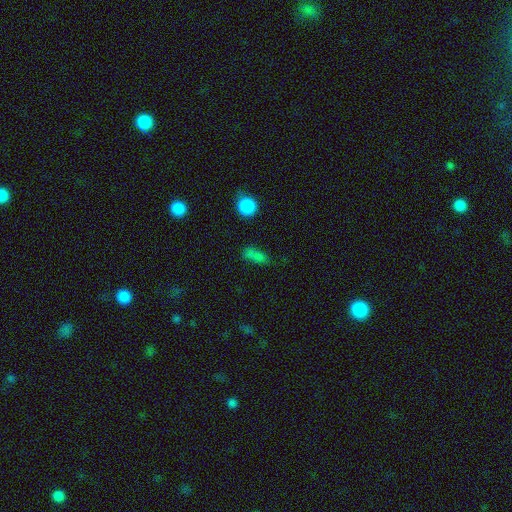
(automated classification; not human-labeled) Smooth or featured: smooth — 72% (star or artifact — 19%)
How rounded: in between — 66% (cigar-shaped — 24%)
Merging: none — 61% (minor disturbance — 19%)